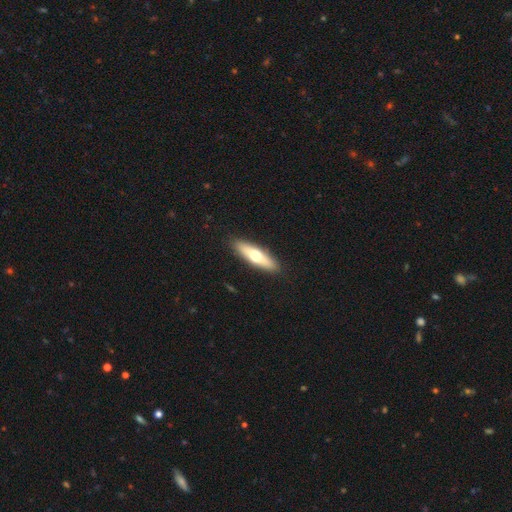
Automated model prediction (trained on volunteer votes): Q: Smooth or featured?
A: smooth (56%); runner-up: featured or disk (39%)
Q: How rounded?
A: cigar-shaped (63%); runner-up: in between (35%)
Q: Merging?
A: none (90%); runner-up: minor disturbance (7%)